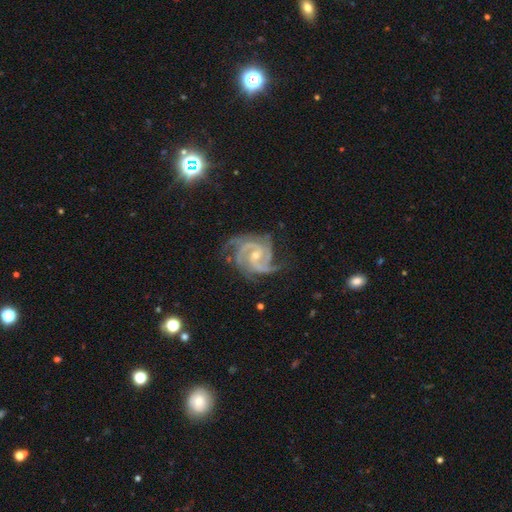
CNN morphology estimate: smooth-or-featured: featured or disk: 93% | star or artifact: 4% | smooth: 3%
  disk-edge-on: no: 98% | yes: 2%
    bar: no: 43% | weak: 42% | strong: 15%
    has-spiral-arms: yes: 99% | no: 1%
      spiral-winding: tight: 49% | medium: 44% | loose: 7%
      spiral-arm-count: 3: 50% | 2: 23% | 4: 11% | can't tell: 7% | more than 4: 4% | 1: 4%
    bulge-size: small: 55% | moderate: 42% | none: 1% | large: 1% | dominant: 1%
  merging: none: 66% | minor disturbance: 22% | major disturbance: 11% | merger: 2%